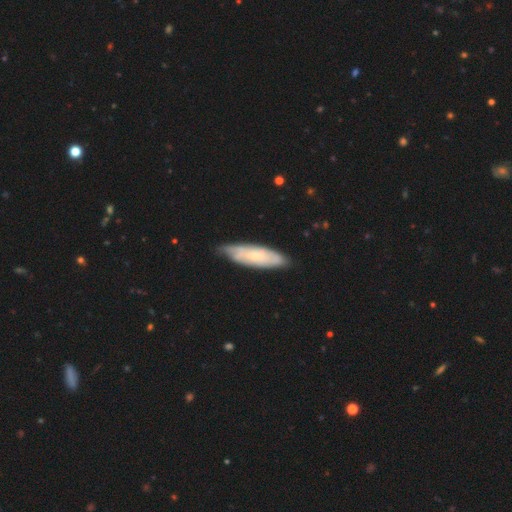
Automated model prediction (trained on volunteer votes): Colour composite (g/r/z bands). It shows a featured or disk galaxy (51%). Merging: none (74%).